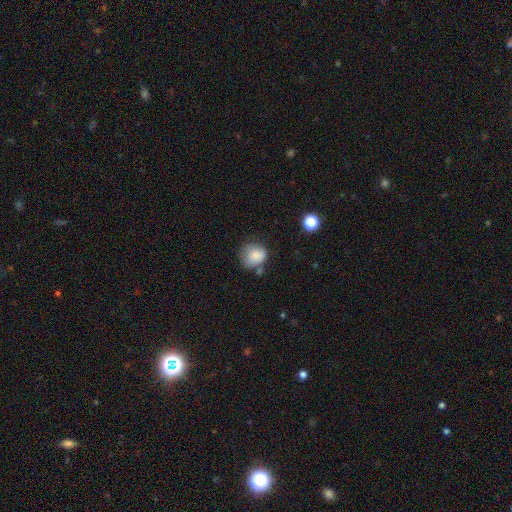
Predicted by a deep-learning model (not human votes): Q: Smooth or featured?
A: smooth (82%); runner-up: star or artifact (9%)
Q: How rounded?
A: round (70%); runner-up: in between (29%)
Q: Merging?
A: none (51%); runner-up: minor disturbance (30%)